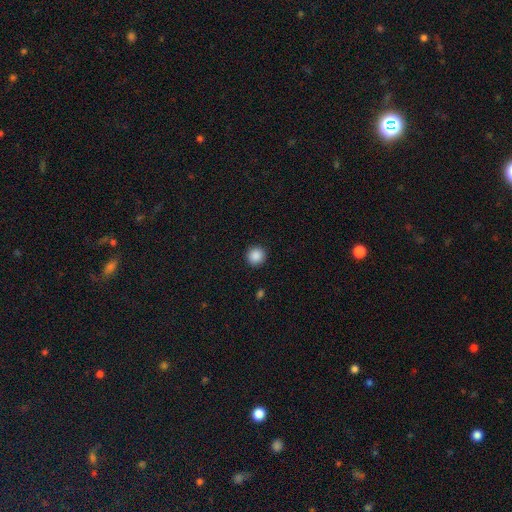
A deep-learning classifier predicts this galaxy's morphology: Smooth or featured? smooth (88%)
How rounded? round (95%)
Merging? none (92%)